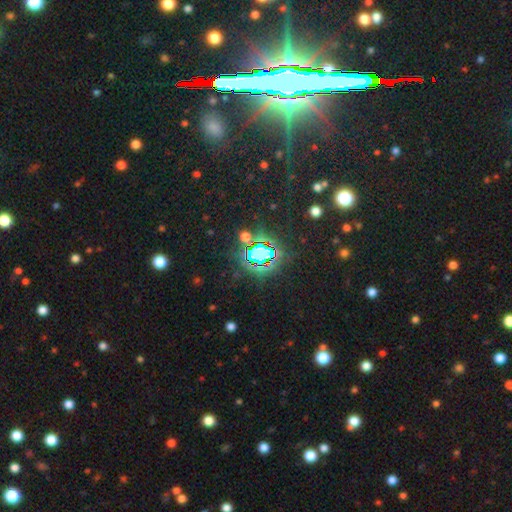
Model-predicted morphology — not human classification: type=star or artifact (72%).